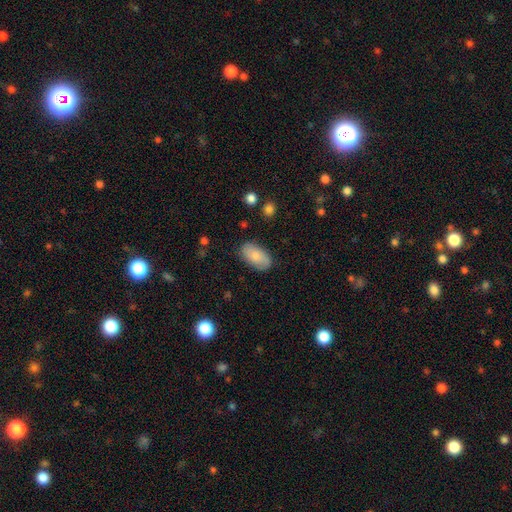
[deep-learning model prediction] smooth-or-featured: smooth: 72% | featured or disk: 22% | star or artifact: 6%
  how-rounded: in between: 94% | round: 4% | cigar-shaped: 2%
  merging: none: 82% | minor disturbance: 14% | major disturbance: 3% | merger: 1%